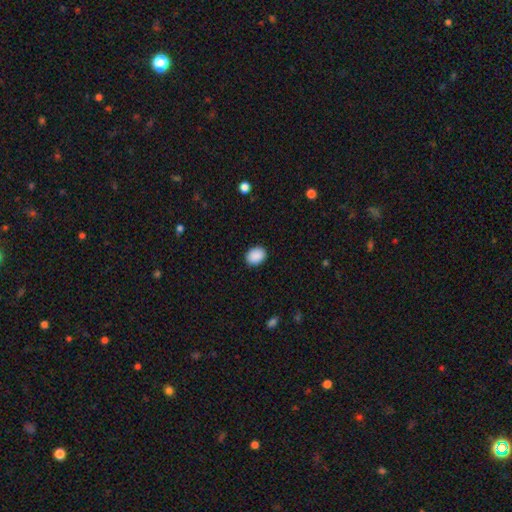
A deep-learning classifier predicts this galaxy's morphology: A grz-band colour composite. It shows a smooth galaxy with no disk features (90%) that is in between round and cigar-shaped (61%). Merging: none (90%).